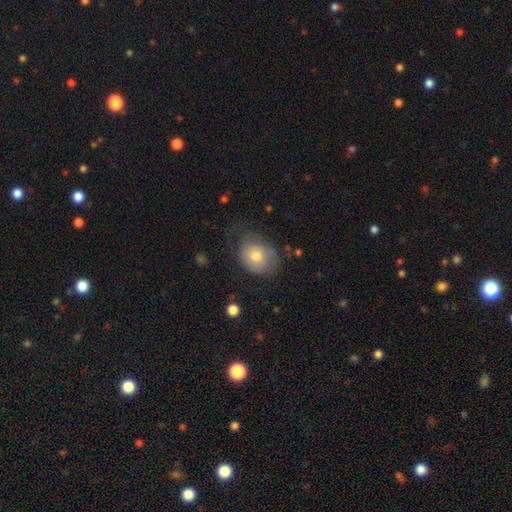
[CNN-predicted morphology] type=smooth (68%); roundness=round (50%); merging=none (52%).